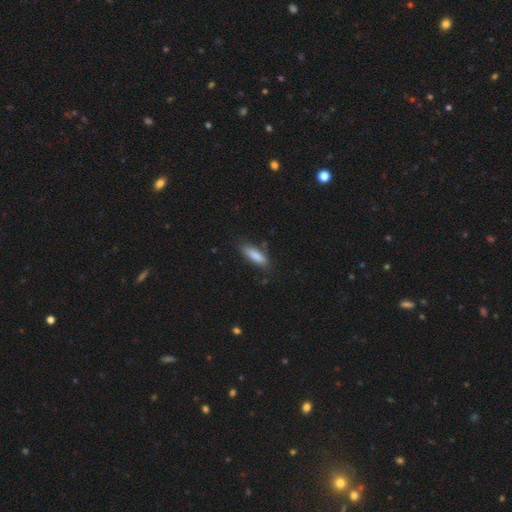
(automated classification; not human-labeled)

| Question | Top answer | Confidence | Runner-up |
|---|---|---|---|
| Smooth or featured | smooth | 85% | featured or disk (9%) |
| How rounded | in between | 50% | cigar-shaped (49%) |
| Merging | none | 77% | minor disturbance (17%) |